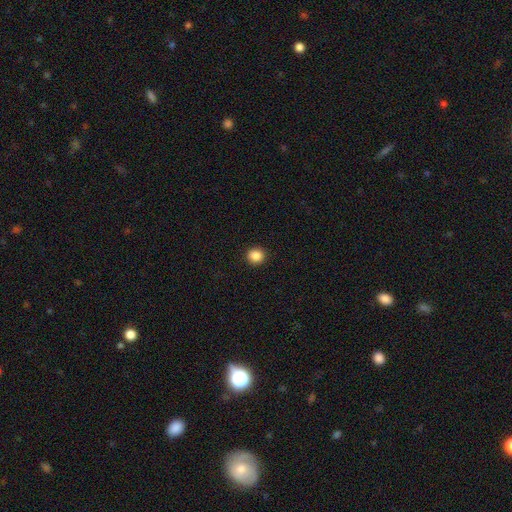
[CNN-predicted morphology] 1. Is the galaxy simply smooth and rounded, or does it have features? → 87% smooth, 10% star or artifact, 3% featured or disk.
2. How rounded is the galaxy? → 90% round, 9% in between, 1% cigar-shaped.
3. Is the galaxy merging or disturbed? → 93% none, 5% minor disturbance, 2% major disturbance, 1% merger.